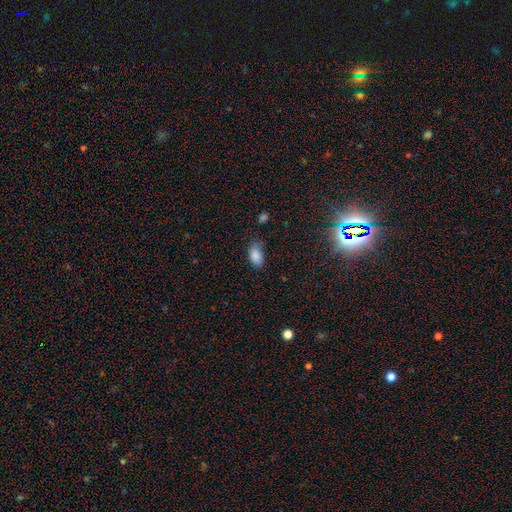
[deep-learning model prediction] A smooth galaxy with no disk features (85%) that is in between round and cigar-shaped (92%). Merging: none (62%).